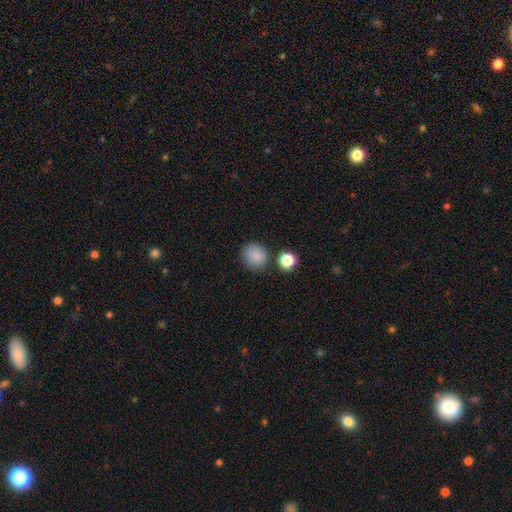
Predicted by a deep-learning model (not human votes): smooth_or_featured: smooth (p=0.85) [alt: star or artifact p=0.10]
how_rounded: round (p=0.87) [alt: in between p=0.12]
merging: none (p=0.80) [alt: minor disturbance p=0.10]